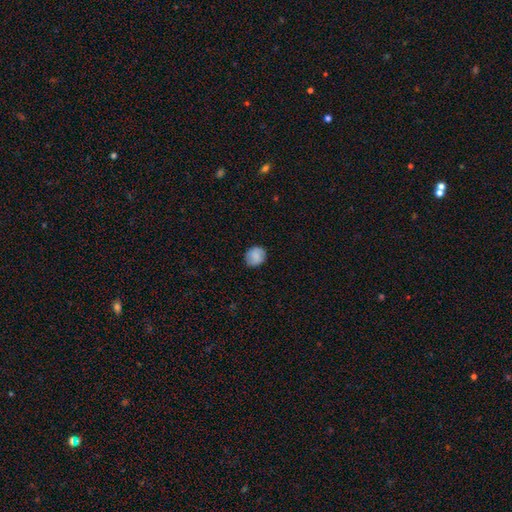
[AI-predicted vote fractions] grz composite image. It shows a smooth galaxy with no disk features (80%) that is round (73%). Merging: none (86%).